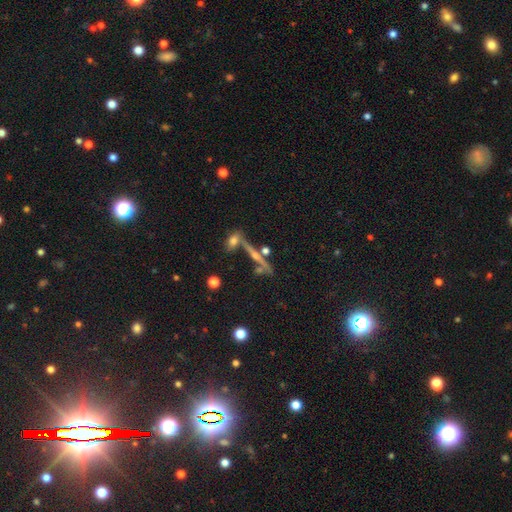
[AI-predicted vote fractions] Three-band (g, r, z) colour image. It shows a featured or disk galaxy (53%) viewed edge-on (82%). Merging: none (56%).